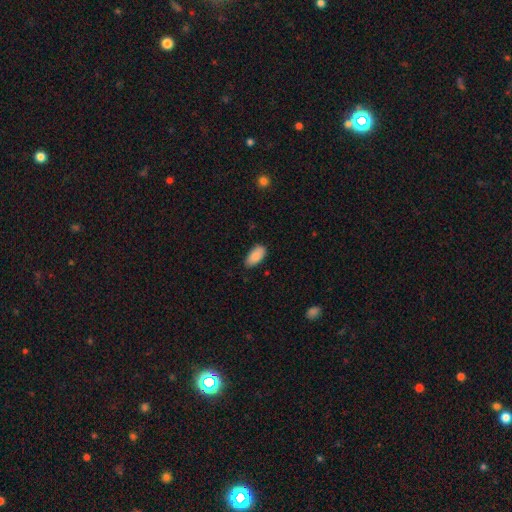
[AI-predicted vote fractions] This appears to be a smooth galaxy with no disk features (88%) that is in between round and cigar-shaped (94%). Merging: none (81%).